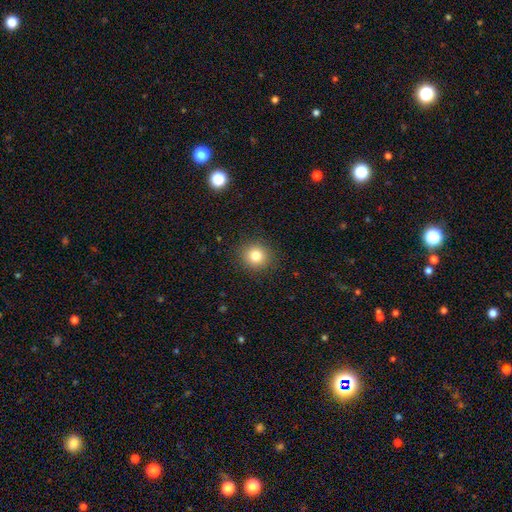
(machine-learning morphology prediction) Smooth or featured? smooth (81%)
How rounded? round (90%)
Merging? none (91%)